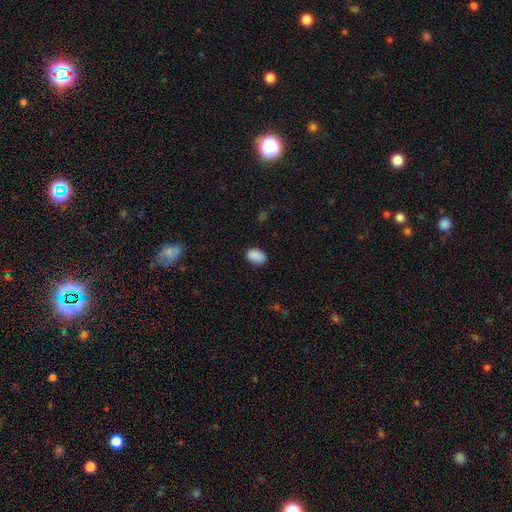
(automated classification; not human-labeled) Smooth or featured? Predicted: smooth (p=0.89). How rounded? Predicted: in between (p=0.91). Merging? Predicted: none (p=0.84).